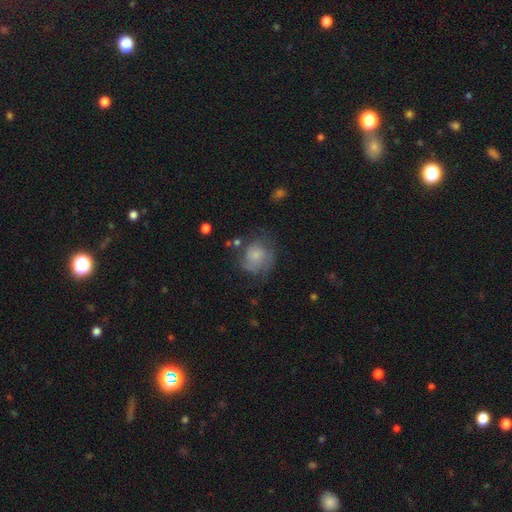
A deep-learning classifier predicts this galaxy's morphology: Q: Smooth or featured?
A: smooth (64%); runner-up: featured or disk (27%)
Q: How rounded?
A: round (76%); runner-up: in between (24%)
Q: Merging?
A: none (48%); runner-up: minor disturbance (27%)